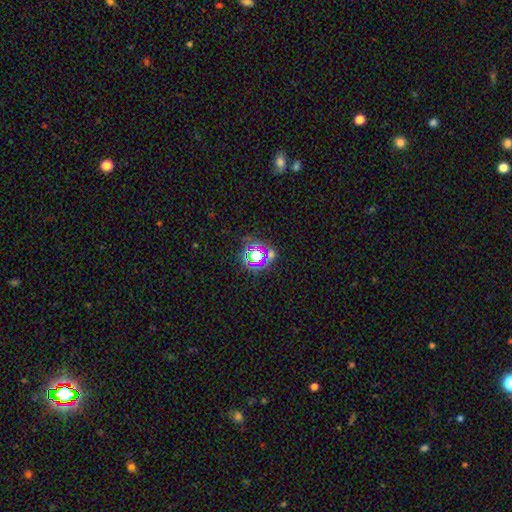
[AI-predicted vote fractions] Morphology: type=star or artifact (62%).